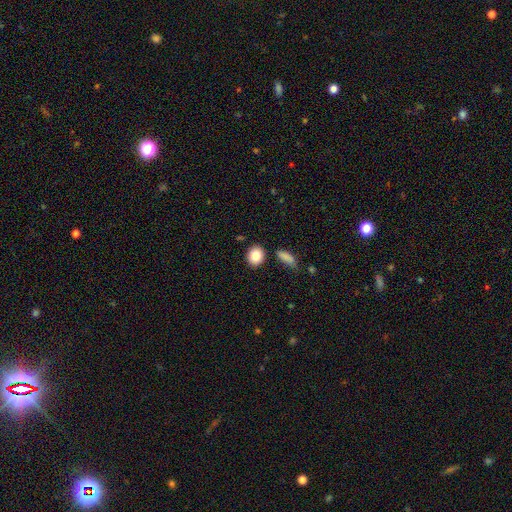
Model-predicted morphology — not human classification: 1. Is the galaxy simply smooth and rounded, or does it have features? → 84% smooth, 8% star or artifact, 7% featured or disk.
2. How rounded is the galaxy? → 63% round, 35% in between, 2% cigar-shaped.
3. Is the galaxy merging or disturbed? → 82% none, 10% minor disturbance, 6% merger, 3% major disturbance.